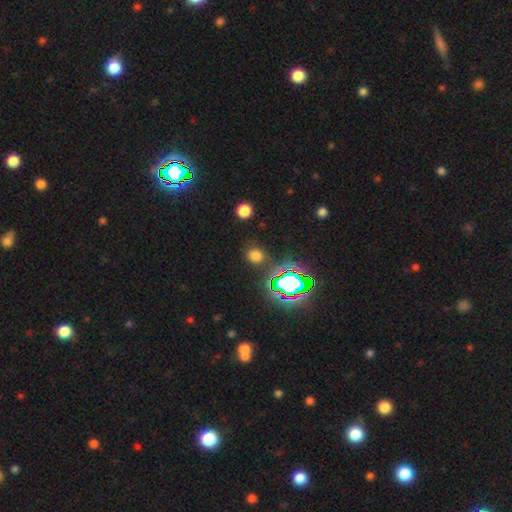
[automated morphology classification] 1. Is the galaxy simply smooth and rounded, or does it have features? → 64% smooth, 30% star or artifact, 7% featured or disk.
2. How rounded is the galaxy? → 83% round, 16% in between, 1% cigar-shaped.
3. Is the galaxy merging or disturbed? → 84% none, 9% minor disturbance, 4% major disturbance, 3% merger.